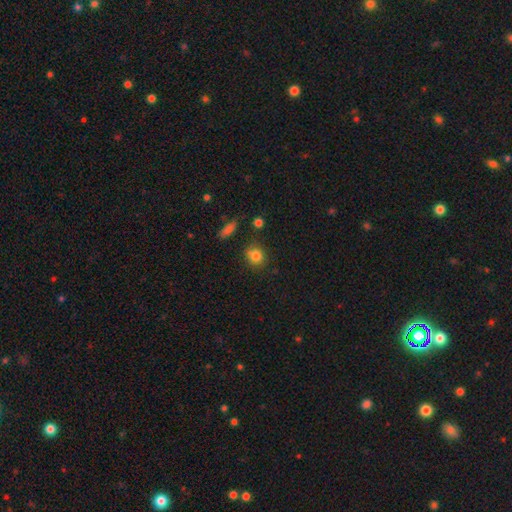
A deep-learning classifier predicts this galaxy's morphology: The model was most divided on "how rounded": round: 78%, in between: 20%, cigar-shaped: 1%. More confident: smooth or featured — smooth (82%); merging — none (79%).